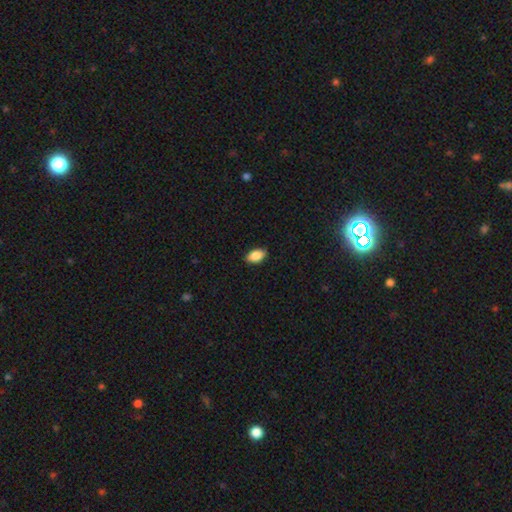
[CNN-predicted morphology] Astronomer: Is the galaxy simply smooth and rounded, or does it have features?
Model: smooth — 88%.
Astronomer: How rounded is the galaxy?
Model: in between — 93%.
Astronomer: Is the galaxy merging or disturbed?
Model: none — 88%.